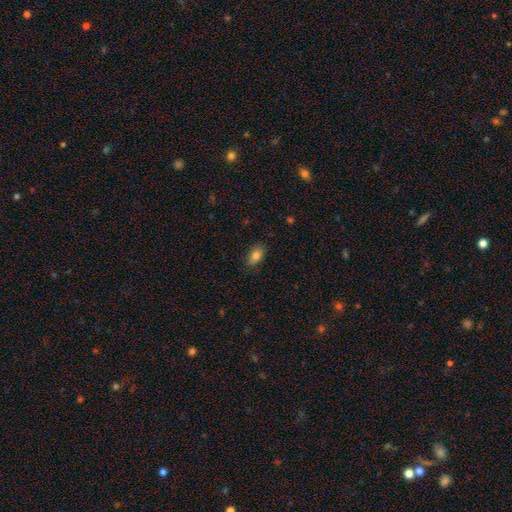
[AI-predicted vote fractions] smooth_or_featured: smooth (p=0.80) [alt: featured or disk p=0.11]
how_rounded: in between (p=0.88) [alt: round p=0.08]
merging: none (p=0.85) [alt: minor disturbance p=0.11]